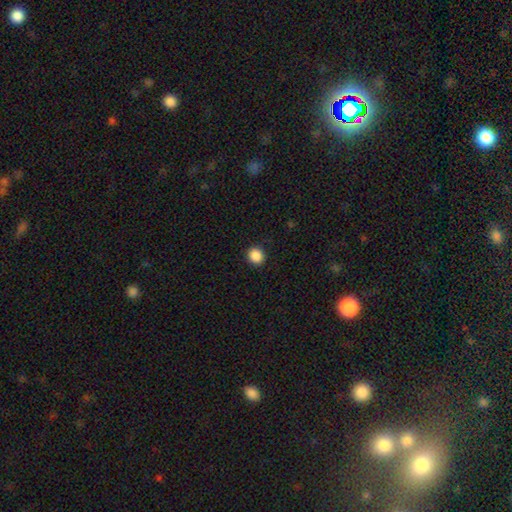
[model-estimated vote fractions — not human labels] Smooth or featured: smooth — 88% (star or artifact — 10%)
How rounded: round — 83% (in between — 16%)
Merging: none — 91% (minor disturbance — 6%)